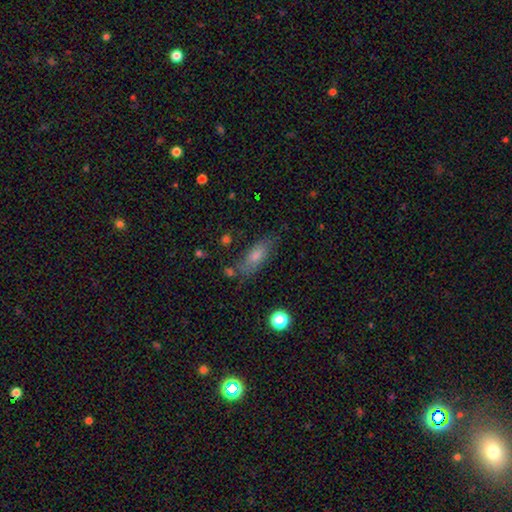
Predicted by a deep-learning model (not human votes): This appears to be a smooth galaxy with no disk features (60%) that is in between round and cigar-shaped (64%). Merging: none (71%).